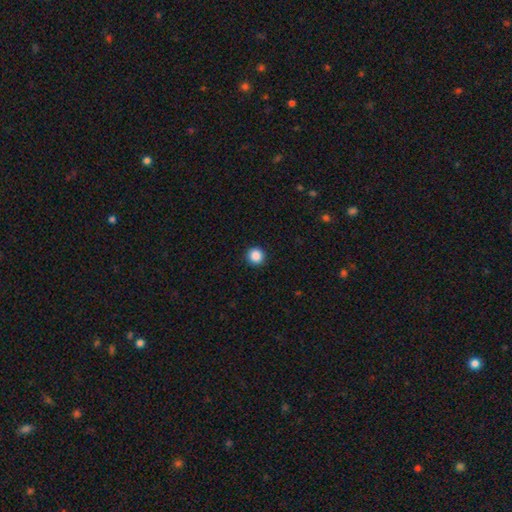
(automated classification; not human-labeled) Overall: smooth (88%). How rounded: round (95%). Merging: none (93%).